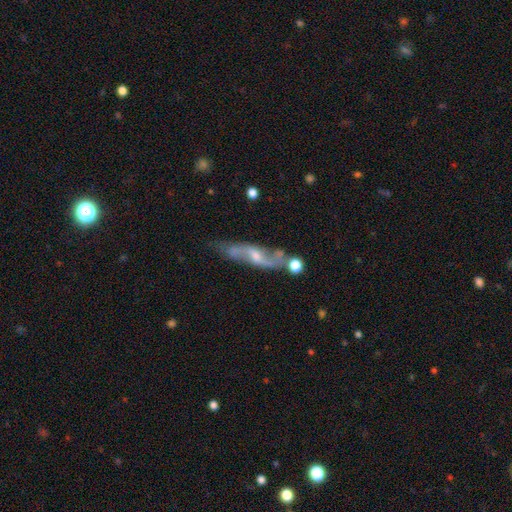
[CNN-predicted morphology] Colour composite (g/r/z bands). It shows a featured or disk galaxy (77%) with a weak bar (45%), spiral arms (90%) and a moderate central bulge (46%). Merging: none (65%).